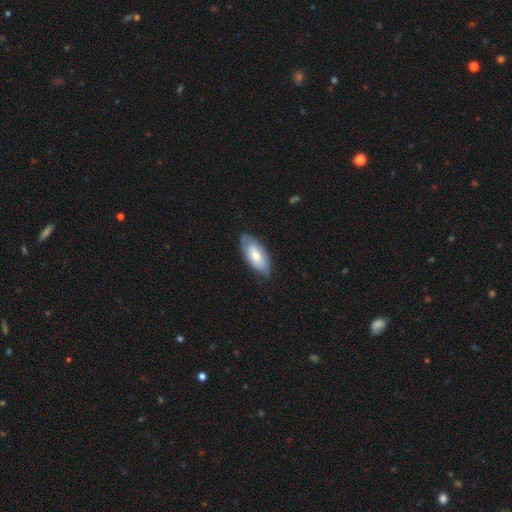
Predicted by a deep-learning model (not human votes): smooth-or-featured: smooth: 64% | featured or disk: 31% | star or artifact: 5%
  how-rounded: in between: 90% | cigar-shaped: 8% | round: 2%
  merging: none: 74% | minor disturbance: 21% | major disturbance: 4% | merger: 1%